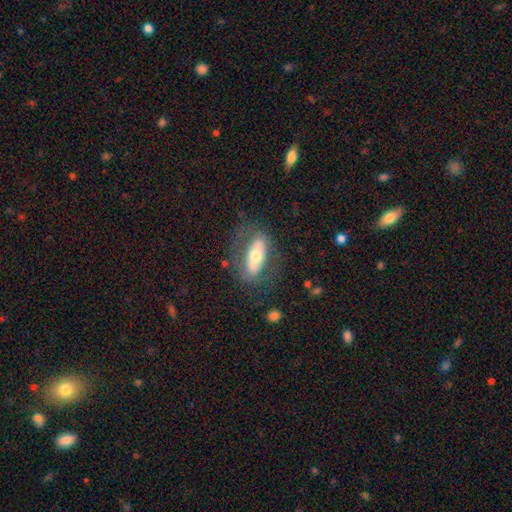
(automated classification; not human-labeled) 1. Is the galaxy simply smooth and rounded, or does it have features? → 47% smooth (tied), 47% featured or disk (tied), 7% star or artifact.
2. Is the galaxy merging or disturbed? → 69% none, 17% minor disturbance, 12% major disturbance, 2% merger.